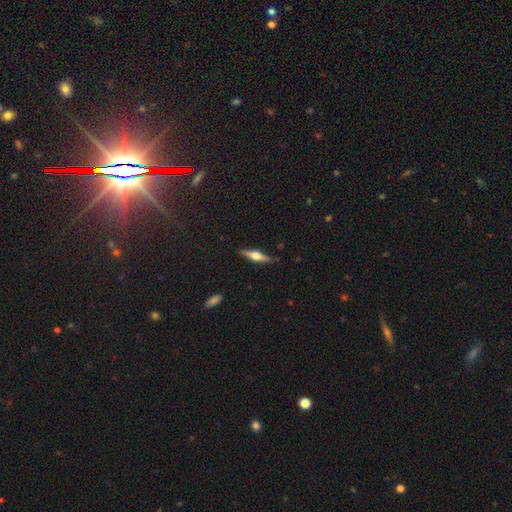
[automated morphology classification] A featured or disk galaxy (64%) viewed edge-on (97%) with a rounded central bulge (93%).

Vote fractions:
- Smooth or featured? featured or disk: 64% / smooth: 30% / star or artifact: 6%
- Edge-on disk? yes: 97% / no: 3%
- Edge-on bulge? rounded: 93% / boxy: 5% / none: 2%
- Merging? none: 87% / minor disturbance: 10% / major disturbance: 2% / merger: 1%